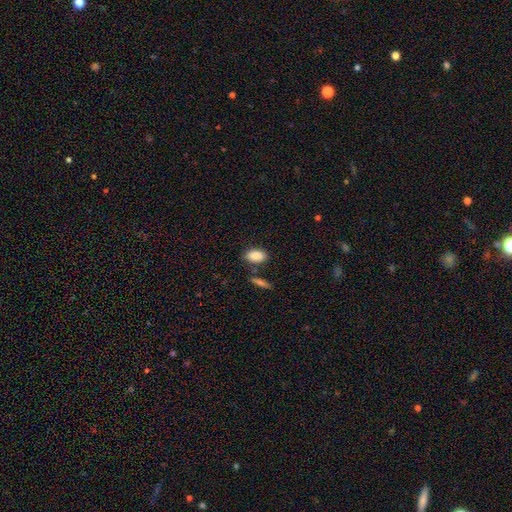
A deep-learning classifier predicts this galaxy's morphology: smooth_or_featured: smooth (p=0.88) [alt: star or artifact p=0.07]
how_rounded: in between (p=0.90) [alt: round p=0.06]
merging: none (p=0.77) [alt: minor disturbance p=0.12]